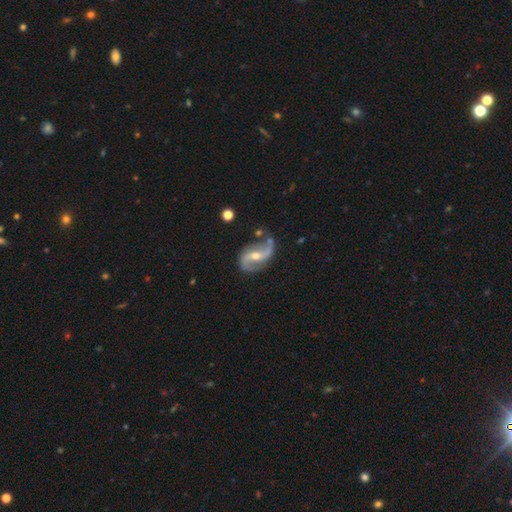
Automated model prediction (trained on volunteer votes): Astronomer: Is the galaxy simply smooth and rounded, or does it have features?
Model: featured or disk — 91%.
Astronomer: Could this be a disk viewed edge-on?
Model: no — 97%.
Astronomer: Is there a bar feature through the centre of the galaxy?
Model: weak — 37% (runner-up: no, 32%).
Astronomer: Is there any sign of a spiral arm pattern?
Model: yes — 97%.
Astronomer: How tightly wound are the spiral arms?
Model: loose — 65%.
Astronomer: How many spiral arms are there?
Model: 2 — 93%.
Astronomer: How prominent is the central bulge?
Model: moderate — 53% (runner-up: small, 43%).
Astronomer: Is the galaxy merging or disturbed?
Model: none — 68%.